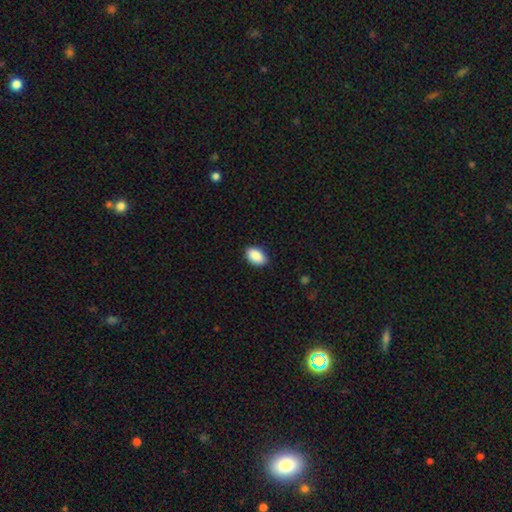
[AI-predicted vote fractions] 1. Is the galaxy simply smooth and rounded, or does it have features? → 90% smooth, 7% star or artifact, 3% featured or disk.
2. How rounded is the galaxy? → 92% in between, 7% round, 1% cigar-shaped.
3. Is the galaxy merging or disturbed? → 87% none, 10% minor disturbance, 2% major disturbance, 1% merger.